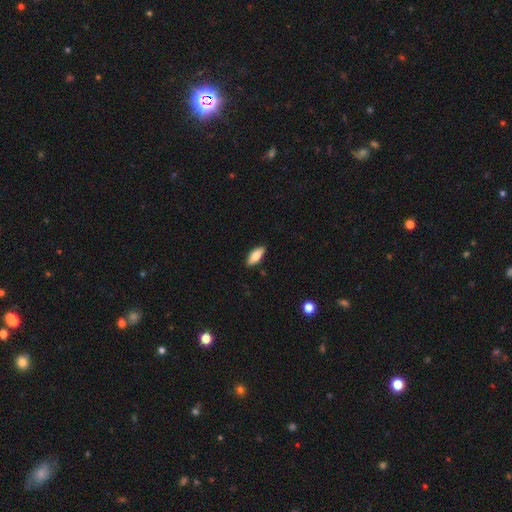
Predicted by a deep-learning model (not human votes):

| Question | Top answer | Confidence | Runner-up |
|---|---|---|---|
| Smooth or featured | smooth | 73% | featured or disk (21%) |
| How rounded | in between | 74% | cigar-shaped (24%) |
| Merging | none | 87% | minor disturbance (10%) |